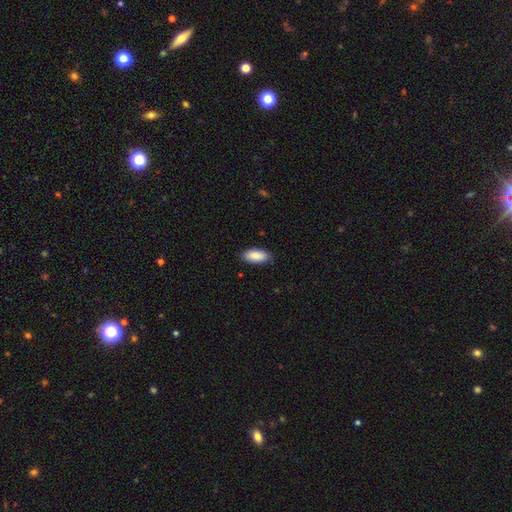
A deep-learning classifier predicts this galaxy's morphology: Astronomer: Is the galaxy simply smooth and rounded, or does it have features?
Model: smooth — 89%.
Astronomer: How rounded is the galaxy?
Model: in between — 89%.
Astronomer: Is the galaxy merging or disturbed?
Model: none — 85%.